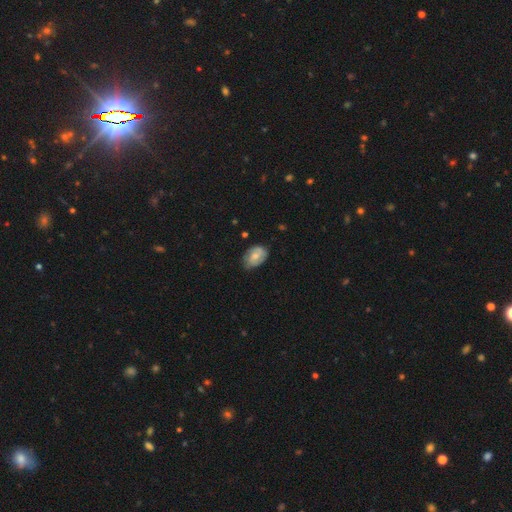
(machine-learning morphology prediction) Smooth or featured? smooth (58%)
How rounded? in between (83%)
Merging? none (66%)